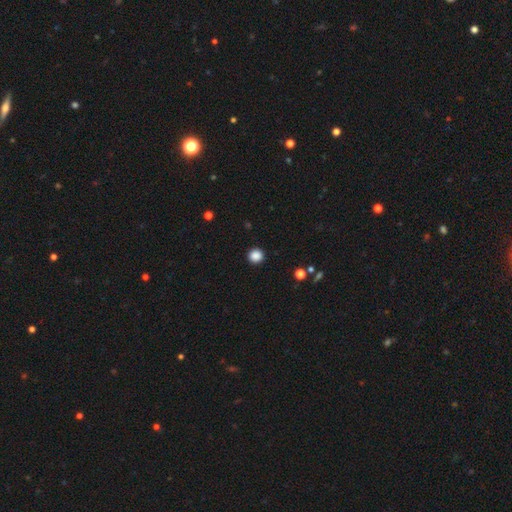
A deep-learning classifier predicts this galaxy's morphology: Smooth or featured: smooth — 87% (star or artifact — 11%)
How rounded: round — 93% (in between — 6%)
Merging: none — 93% (minor disturbance — 5%)